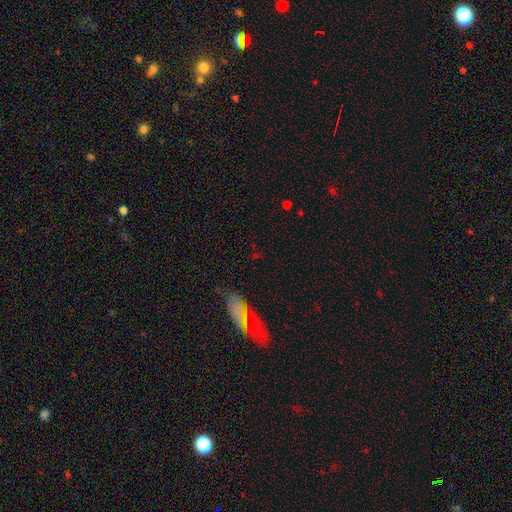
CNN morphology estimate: The model was most divided on "smooth or featured": star or artifact: 51%, smooth: 35%, featured or disk: 14%.